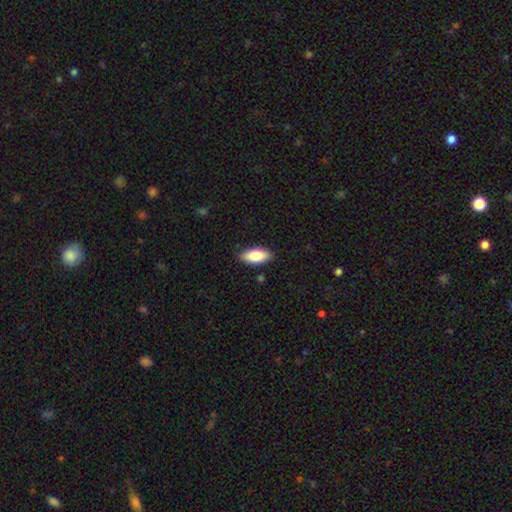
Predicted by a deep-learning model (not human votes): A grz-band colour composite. It shows a smooth galaxy with no disk features (85%) that is in between round and cigar-shaped (88%). Merging: none (87%).